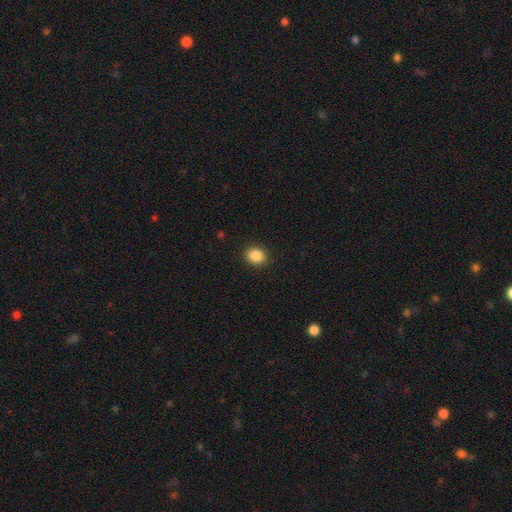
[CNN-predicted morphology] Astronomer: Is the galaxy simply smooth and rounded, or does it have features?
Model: smooth — 87%.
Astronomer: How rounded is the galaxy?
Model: round — 62% (runner-up: in between, 37%).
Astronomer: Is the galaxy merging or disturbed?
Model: none — 90%.